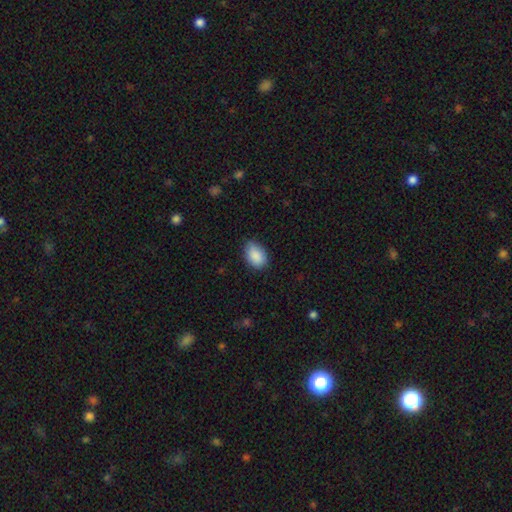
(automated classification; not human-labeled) Morphology: type=smooth (89%); roundness=in between (88%); merging=none (76%).